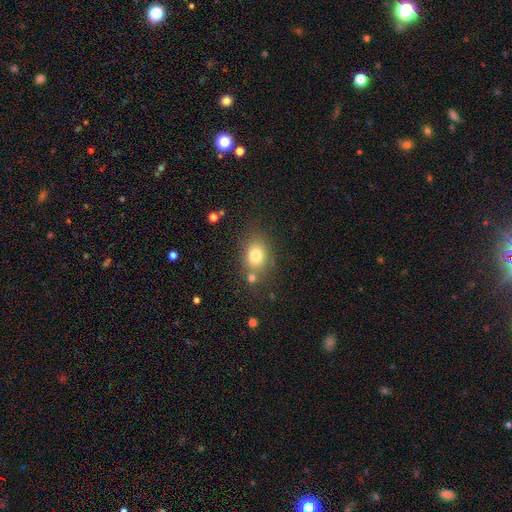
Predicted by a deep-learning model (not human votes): Q: Smooth or featured?
A: smooth (78%); runner-up: star or artifact (11%)
Q: How rounded?
A: in between (57%); runner-up: round (42%)
Q: Merging?
A: none (70%); runner-up: minor disturbance (14%)